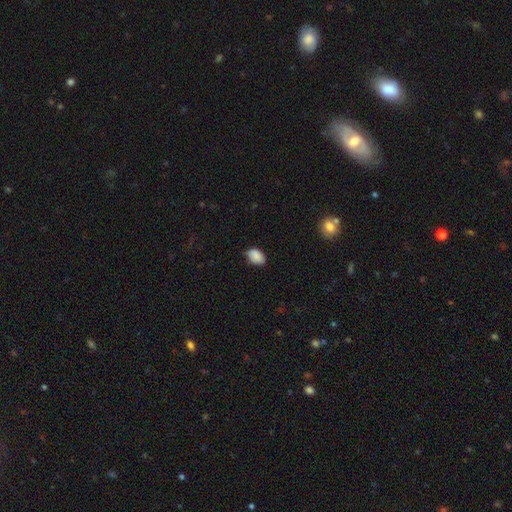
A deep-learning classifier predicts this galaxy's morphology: Q: Smooth or featured?
A: smooth (86%); runner-up: star or artifact (8%)
Q: How rounded?
A: in between (84%); runner-up: round (15%)
Q: Merging?
A: none (73%); runner-up: minor disturbance (23%)